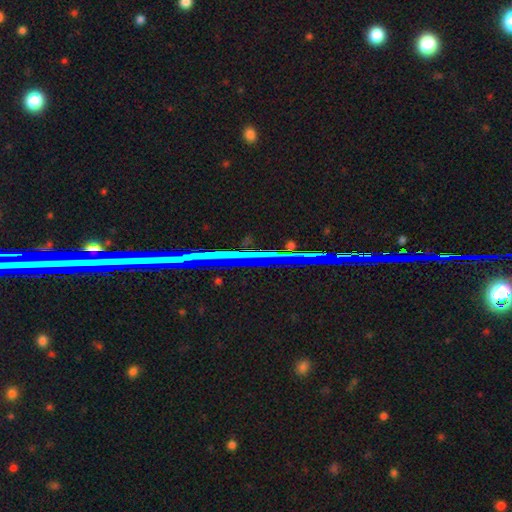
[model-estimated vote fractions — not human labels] Smooth or featured? Predicted: star or artifact (p=0.79).